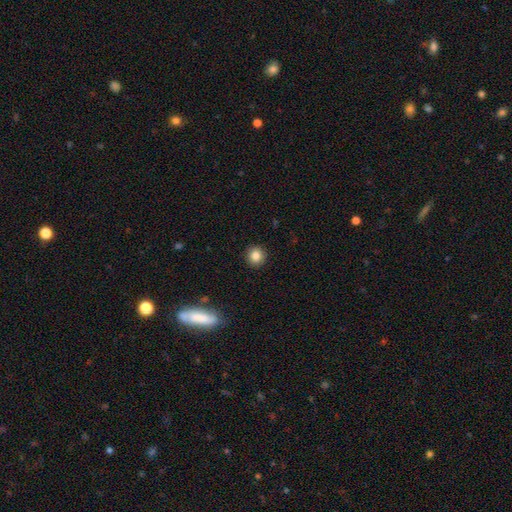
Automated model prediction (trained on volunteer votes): Smooth or featured? smooth (84%)
How rounded? round (91%)
Merging? none (92%)